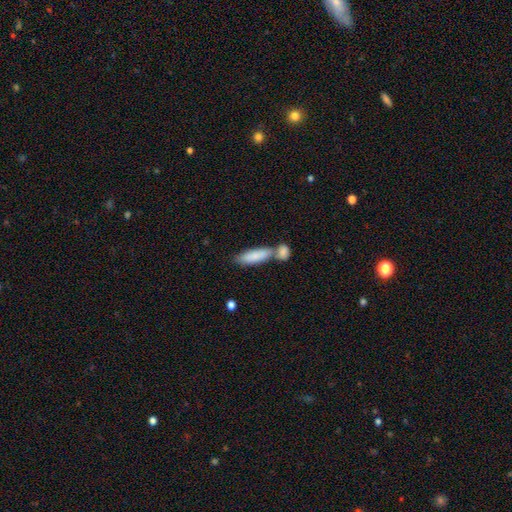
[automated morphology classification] Smooth or featured?
  - smooth: 81% *
  - featured or disk: 13%
  - star or artifact: 6%
How rounded?
  - in between: 55% *
  - cigar-shaped: 42%
  - round: 2%
Merging?
  - merger: 47% *
  - none: 38%
  - minor disturbance: 11%
  - major disturbance: 4%